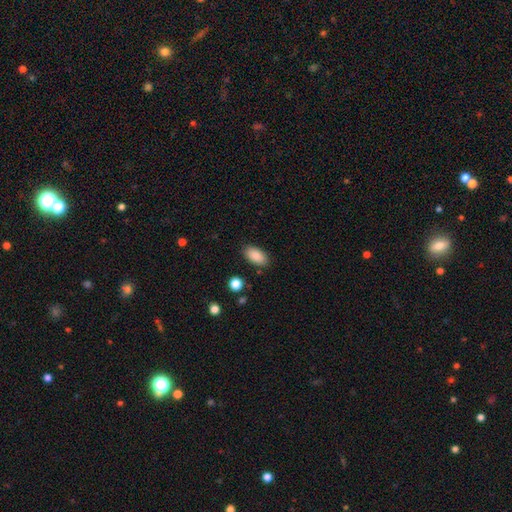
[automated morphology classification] The model was most divided on "merging": none: 86%, minor disturbance: 9%, major disturbance: 3%, merger: 2%. More confident: how rounded — in between (93%); smooth or featured — smooth (88%).